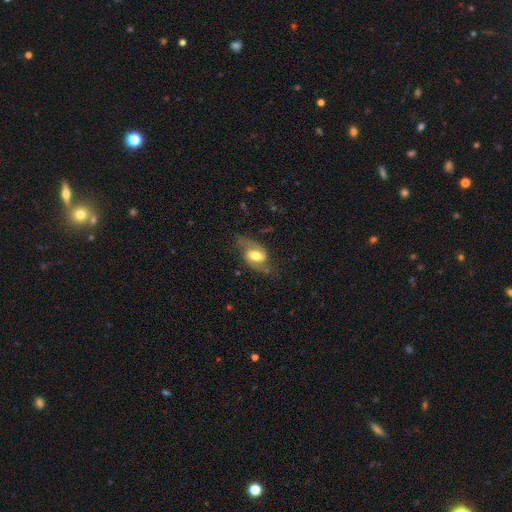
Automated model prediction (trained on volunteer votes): Q: Smooth or featured?
A: featured or disk (63%); runner-up: smooth (30%)
Q: Edge-on disk?
A: no (93%); runner-up: yes (7%)
Q: Bar?
A: weak (45%); runner-up: no (32%)
Q: Spiral arms?
A: yes (84%); runner-up: no (16%)
Q: Bulge size?
A: moderate (58%); runner-up: large (26%)
Q: Merging?
A: none (59%); runner-up: minor disturbance (23%)